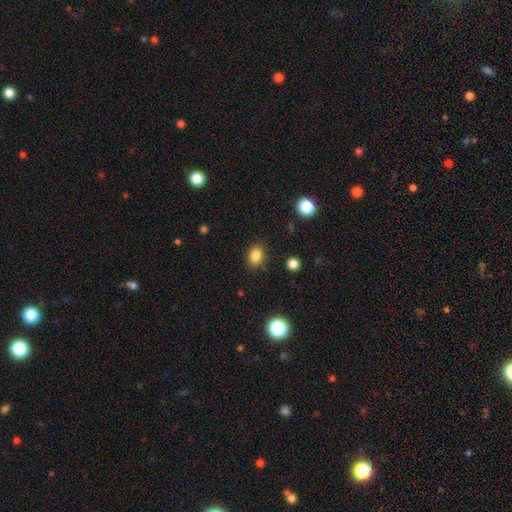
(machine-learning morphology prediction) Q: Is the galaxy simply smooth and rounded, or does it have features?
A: smooth — 85%.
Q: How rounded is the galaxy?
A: in between — 57%.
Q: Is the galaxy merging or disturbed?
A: none — 85%.